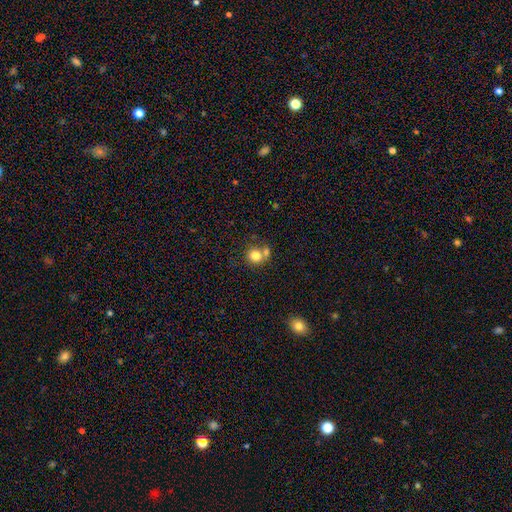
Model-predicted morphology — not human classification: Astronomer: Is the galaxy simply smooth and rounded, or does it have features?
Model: smooth — 80%.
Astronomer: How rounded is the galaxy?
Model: round — 81%.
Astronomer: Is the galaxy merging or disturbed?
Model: none — 47% (runner-up: merger, 40%).